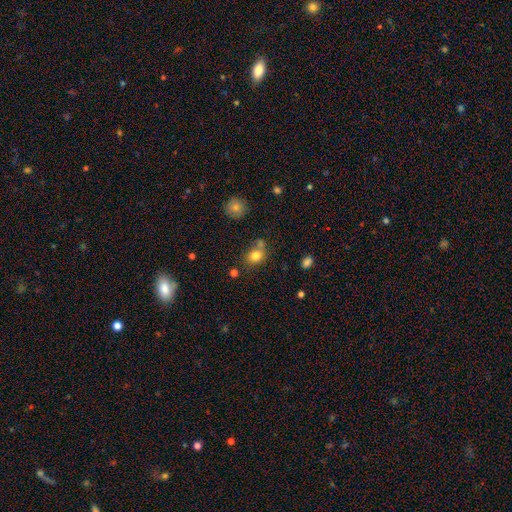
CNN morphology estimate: smooth-or-featured: smooth: 79% | star or artifact: 12% | featured or disk: 9%
  how-rounded: round: 58% | in between: 41% | cigar-shaped: 1%
  merging: none: 60% | merger: 18% | minor disturbance: 16% | major disturbance: 5%